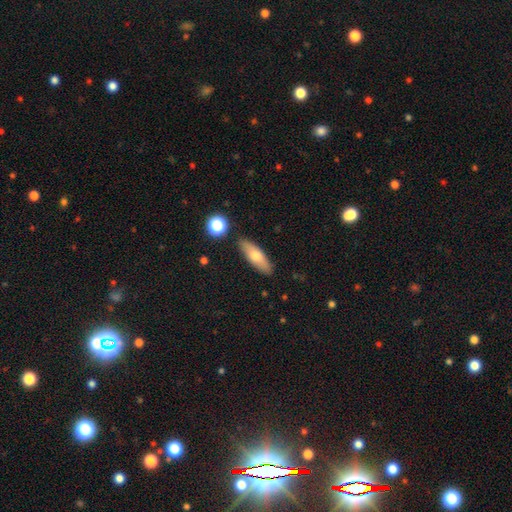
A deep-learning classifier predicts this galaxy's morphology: Smooth or featured?
  - smooth: 67% *
  - featured or disk: 26%
  - star or artifact: 7%
How rounded?
  - in between: 59% *
  - cigar-shaped: 38%
  - round: 3%
Merging?
  - none: 85% *
  - minor disturbance: 10%
  - merger: 3%
  - major disturbance: 2%